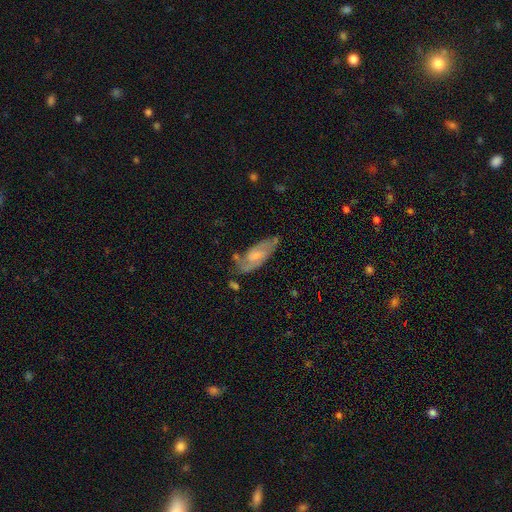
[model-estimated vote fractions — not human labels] Morphology: type=featured or disk (65%); edge-on=no (89%); bar=no (47%); spiral arms=yes (85%); bulge=small (48%); merging=none (61%).